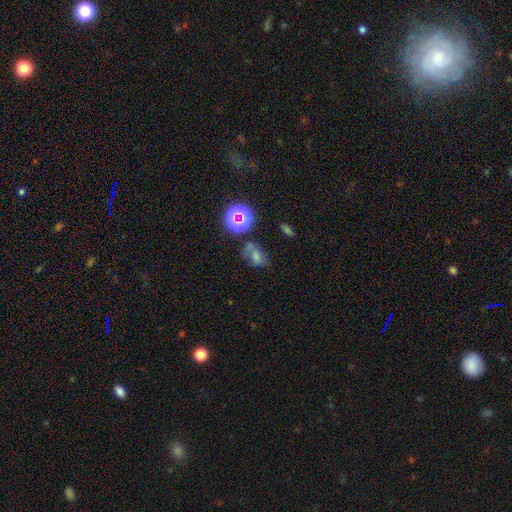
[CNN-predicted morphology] Overall: smooth (41%; star or artifact 34%). Merging: none (58%; minor disturbance 22%).